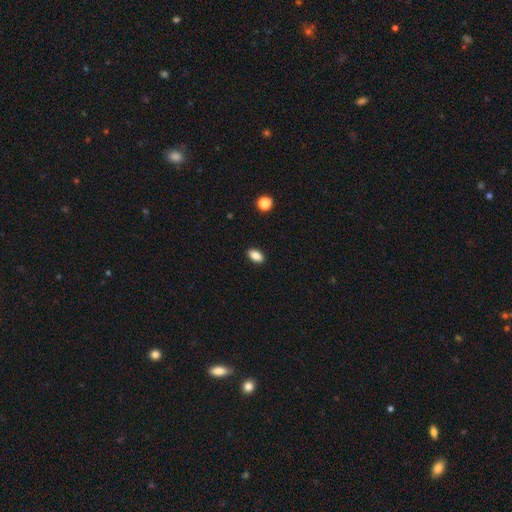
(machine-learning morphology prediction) Overall: smooth (87%). How rounded: in between (89%). Merging: none (90%).